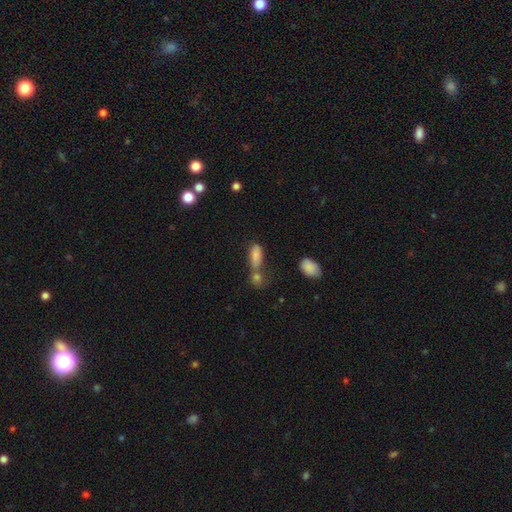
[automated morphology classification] This is clearly a smooth galaxy (81%). How rounded: likely in between (73%). Merging: marginally merger (42%).